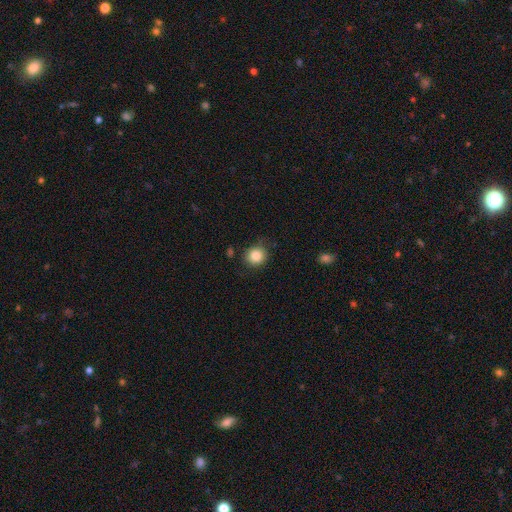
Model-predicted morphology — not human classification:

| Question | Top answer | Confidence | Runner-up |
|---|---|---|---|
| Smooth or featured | smooth | 84% | star or artifact (10%) |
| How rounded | round | 85% | in between (15%) |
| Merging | none | 80% | minor disturbance (14%) |